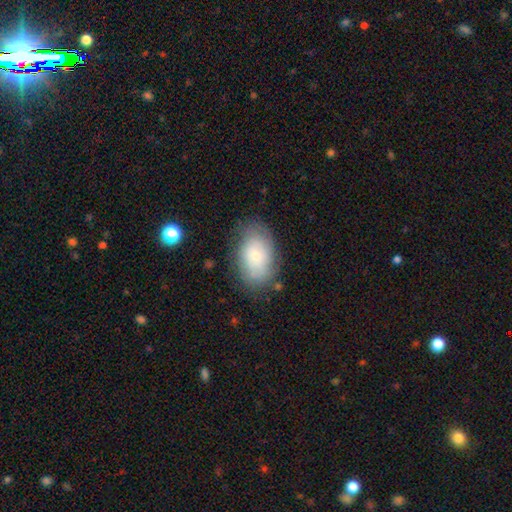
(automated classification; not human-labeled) smooth-or-featured: smooth: 63% | featured or disk: 28% | star or artifact: 8%
  how-rounded: in between: 87% | round: 12% | cigar-shaped: 1%
  merging: none: 73% | minor disturbance: 19% | major disturbance: 6% | merger: 2%